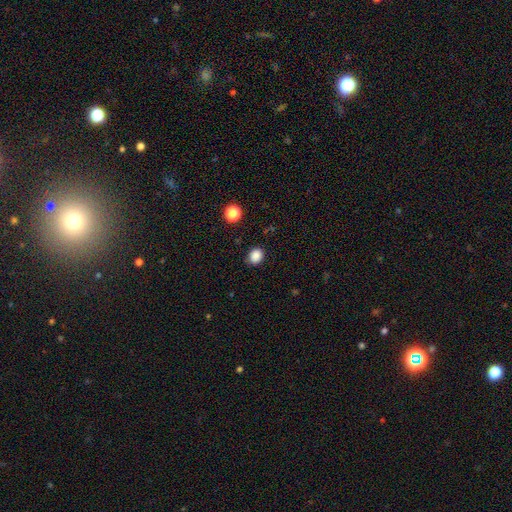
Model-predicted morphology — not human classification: smooth_or_featured: smooth (p=0.87) [alt: star or artifact p=0.10]
how_rounded: round (p=0.54) [alt: in between p=0.45]
merging: none (p=0.84) [alt: minor disturbance p=0.12]